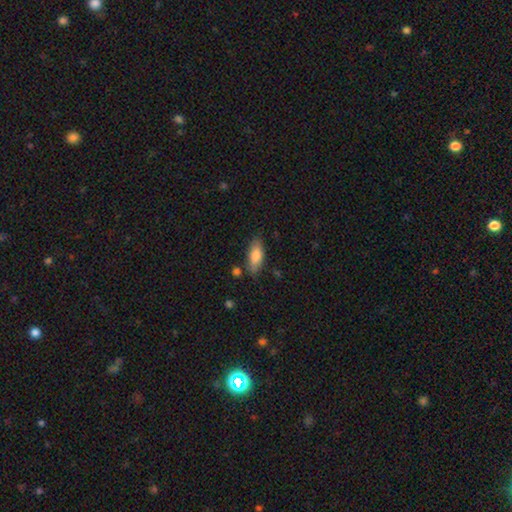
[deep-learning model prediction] smooth_or_featured: smooth (p=0.80) [alt: featured or disk p=0.14]
how_rounded: in between (p=0.77) [alt: cigar-shaped p=0.21]
merging: none (p=0.78) [alt: minor disturbance p=0.15]